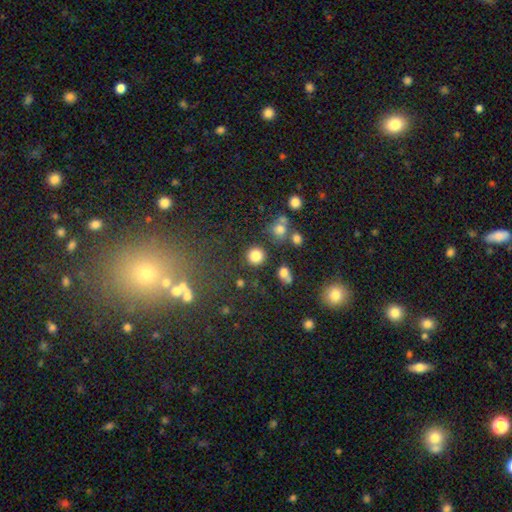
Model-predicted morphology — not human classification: smooth 82%, star or artifact 13%, featured or disk 5%. Down the decision tree: how rounded — round (93%); merging — none (85%).